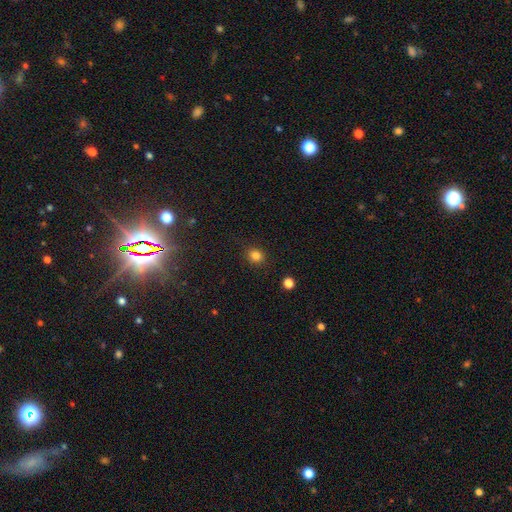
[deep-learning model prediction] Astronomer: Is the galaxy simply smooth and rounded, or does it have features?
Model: smooth — 82%.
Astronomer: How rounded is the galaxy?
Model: round — 80%.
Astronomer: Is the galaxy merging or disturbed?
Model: none — 86%.